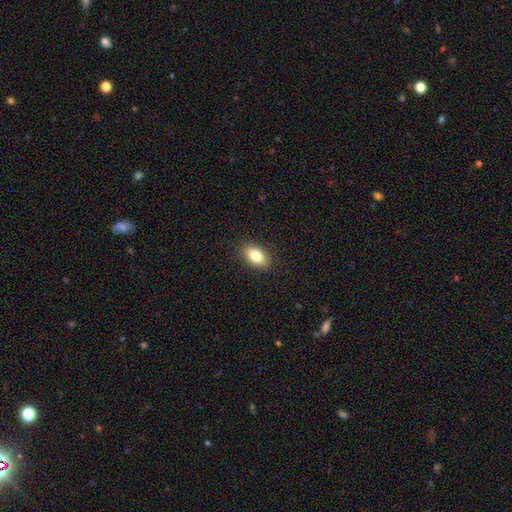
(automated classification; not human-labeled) Smooth or featured? smooth (83%)
How rounded? in between (90%)
Merging? none (88%)